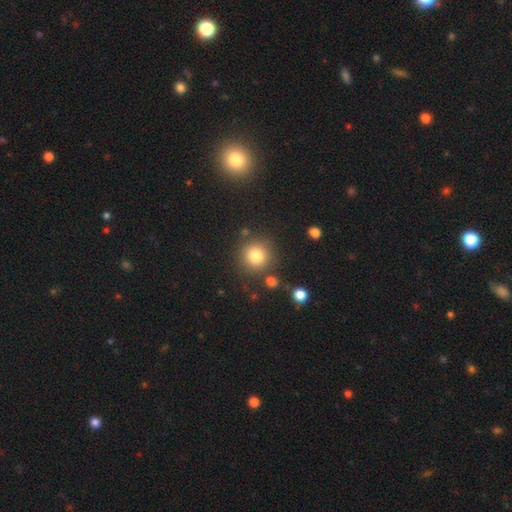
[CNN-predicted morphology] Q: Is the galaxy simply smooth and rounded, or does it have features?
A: smooth — 82%.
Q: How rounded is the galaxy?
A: round — 92%.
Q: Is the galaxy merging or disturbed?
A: none — 82%.